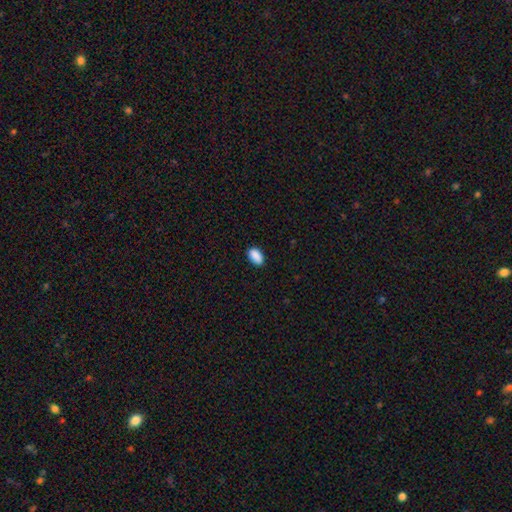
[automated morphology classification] type=smooth (90%); roundness=in between (93%); merging=none (87%).